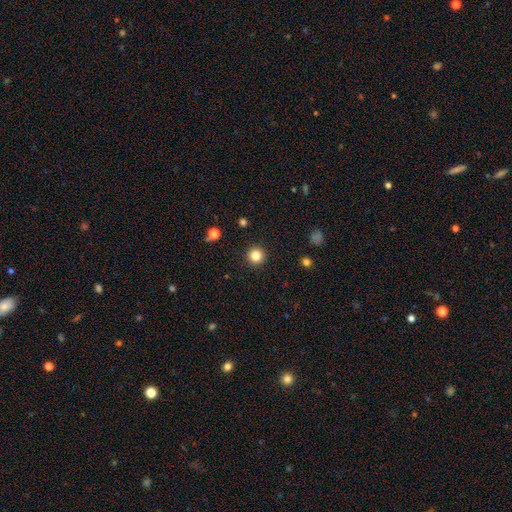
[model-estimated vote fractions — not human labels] This appears to be a smooth galaxy with no disk features (84%) that is round (96%). Merging: none (93%).